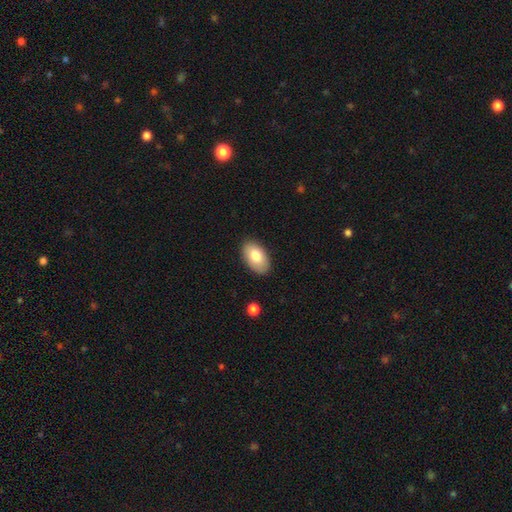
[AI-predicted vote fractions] Morphology: type=smooth (79%); roundness=in between (94%); merging=none (86%).